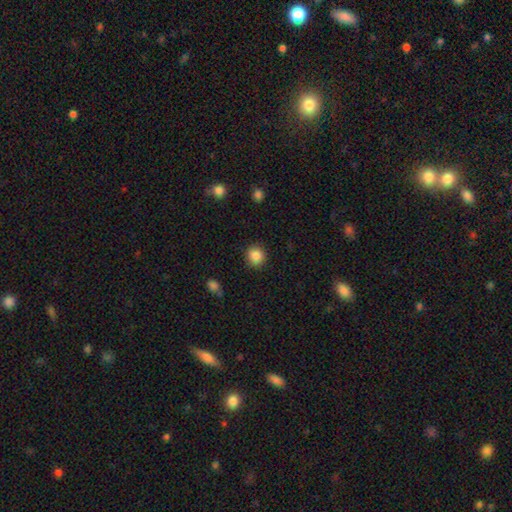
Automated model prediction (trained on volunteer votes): Smooth or featured?
  - smooth: 86% *
  - star or artifact: 10%
  - featured or disk: 4%
How rounded?
  - round: 90% *
  - in between: 9%
  - cigar-shaped: 1%
Merging?
  - none: 89% *
  - minor disturbance: 7%
  - major disturbance: 2%
  - merger: 1%